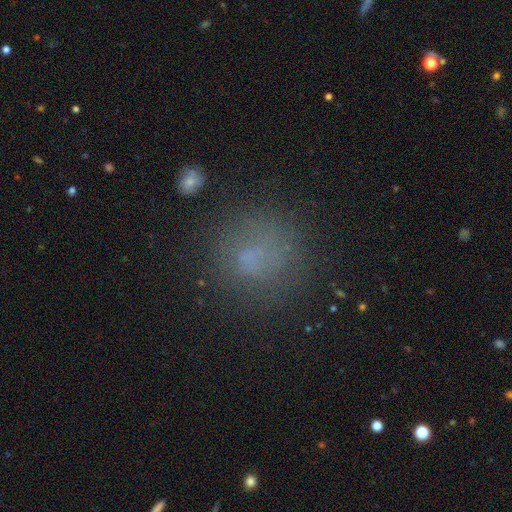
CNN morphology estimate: This appears to be a smooth galaxy with no disk features (64%) that is round (84%). Merging: none (74%).